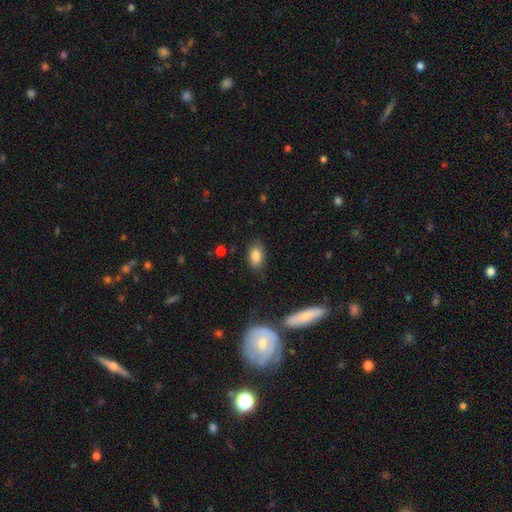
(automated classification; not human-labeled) Overall: smooth (85%). How rounded: in between (89%). Merging: none (78%).